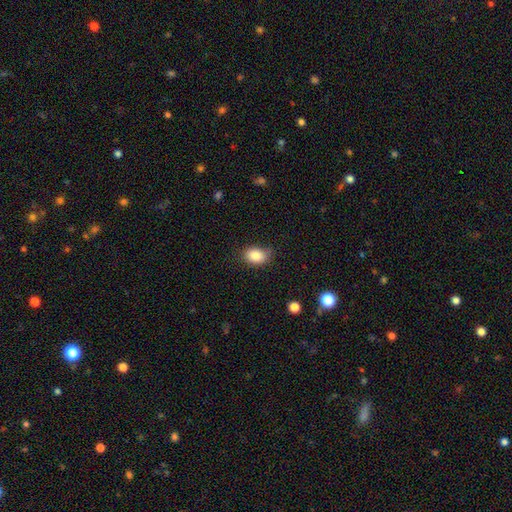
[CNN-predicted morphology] type=smooth (85%); roundness=in between (78%); merging=none (73%).